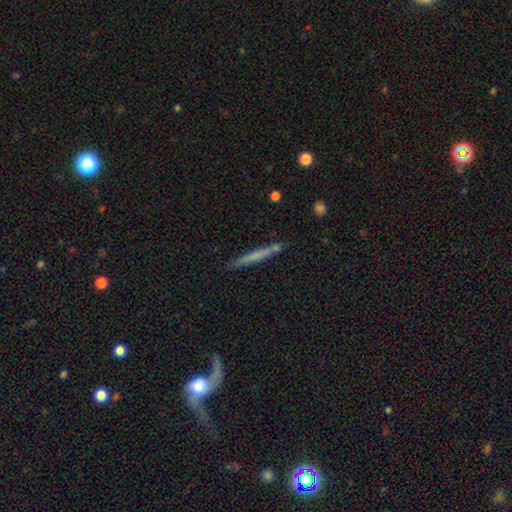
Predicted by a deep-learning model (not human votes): Q: Smooth or featured?
A: smooth (62%); runner-up: featured or disk (31%)
Q: How rounded?
A: cigar-shaped (96%); runner-up: in between (2%)
Q: Merging?
A: none (83%); runner-up: minor disturbance (11%)